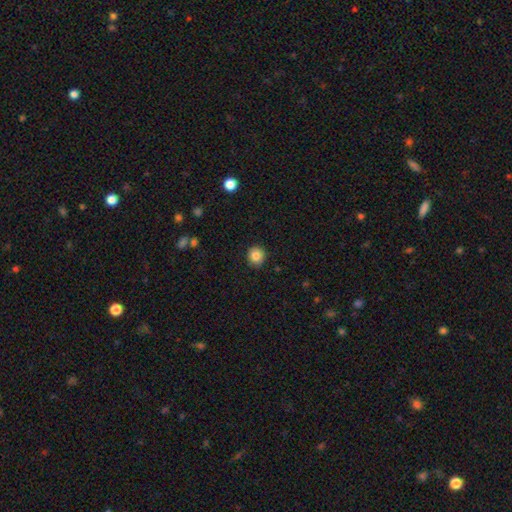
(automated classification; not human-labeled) Smooth or featured: smooth — 84% (star or artifact — 9%)
How rounded: round — 89% (in between — 10%)
Merging: none — 90% (minor disturbance — 7%)